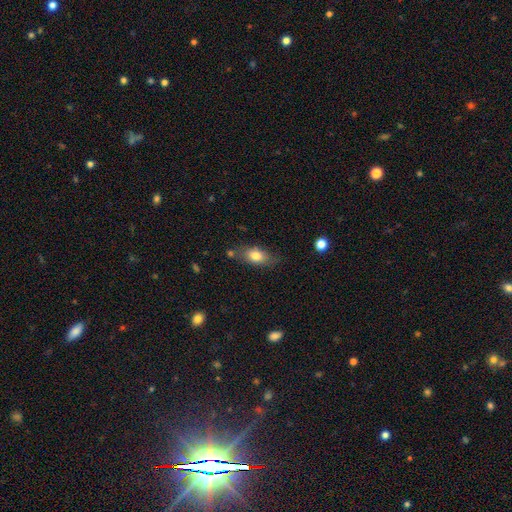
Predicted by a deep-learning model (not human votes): Smooth or featured? smooth (77%)
How rounded? in between (83%)
Merging? none (69%)